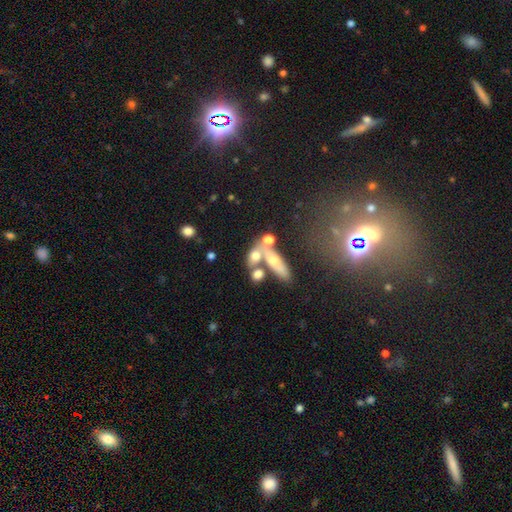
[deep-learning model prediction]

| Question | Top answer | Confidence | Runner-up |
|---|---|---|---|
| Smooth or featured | smooth | 56% | featured or disk (33%) |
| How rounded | in between | 55% | cigar-shaped (29%) |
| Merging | merger | 48% | none (33%) |